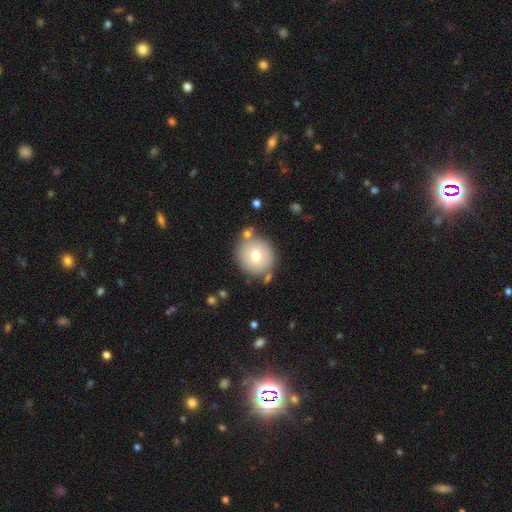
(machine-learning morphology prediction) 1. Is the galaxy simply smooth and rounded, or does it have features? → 71% smooth, 20% featured or disk, 9% star or artifact.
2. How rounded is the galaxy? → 92% round, 7% in between, 1% cigar-shaped.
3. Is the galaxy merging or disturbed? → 79% none, 10% minor disturbance, 8% merger, 3% major disturbance.